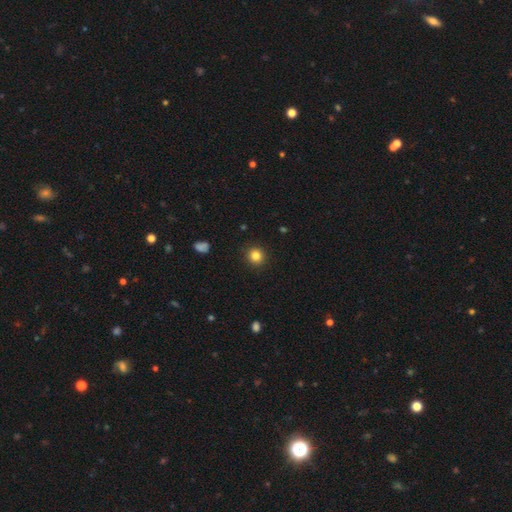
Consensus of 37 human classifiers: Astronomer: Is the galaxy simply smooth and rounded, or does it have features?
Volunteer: smooth — 81%.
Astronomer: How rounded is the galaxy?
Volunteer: round — 97%.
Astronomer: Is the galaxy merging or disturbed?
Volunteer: none — 97%.